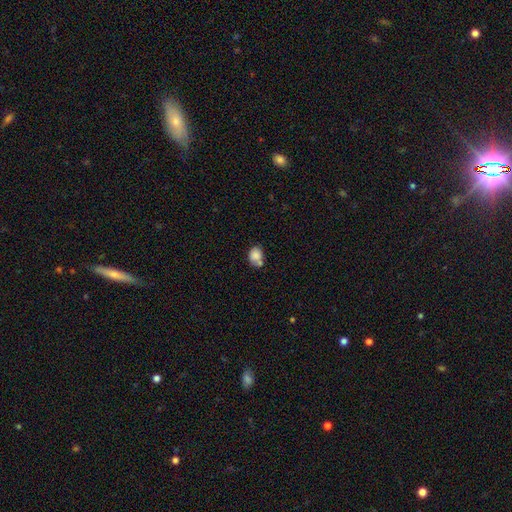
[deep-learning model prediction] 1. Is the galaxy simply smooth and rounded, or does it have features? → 83% smooth, 9% star or artifact, 8% featured or disk.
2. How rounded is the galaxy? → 51% round, 48% in between, 1% cigar-shaped.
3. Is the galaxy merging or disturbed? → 48% none, 28% merger, 19% minor disturbance, 5% major disturbance.